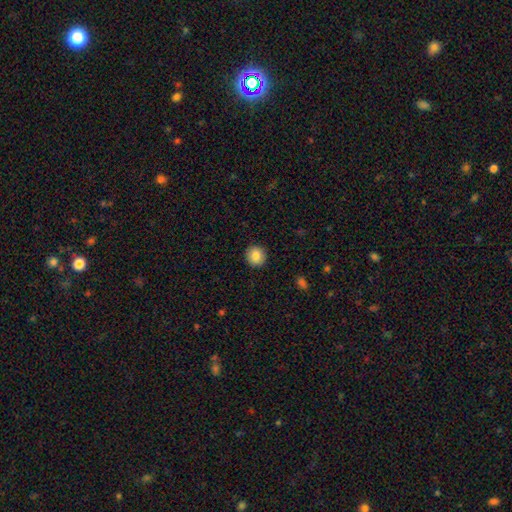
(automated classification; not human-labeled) This appears to be a smooth galaxy with no disk features (85%) that is round (92%). Merging: none (92%).